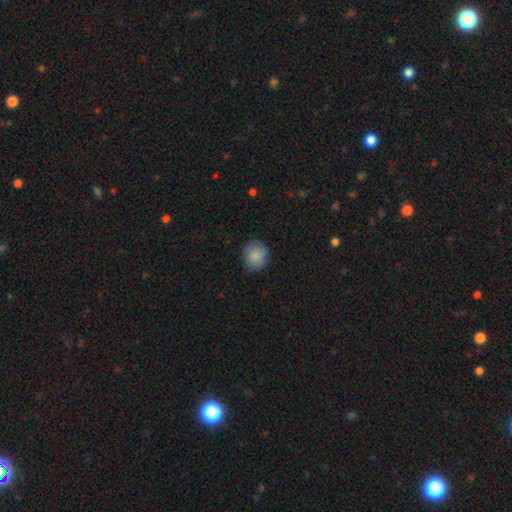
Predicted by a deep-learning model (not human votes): Smooth or featured? Predicted: smooth (p=0.87). How rounded? Predicted: round (p=0.79). Merging? Predicted: none (p=0.82).